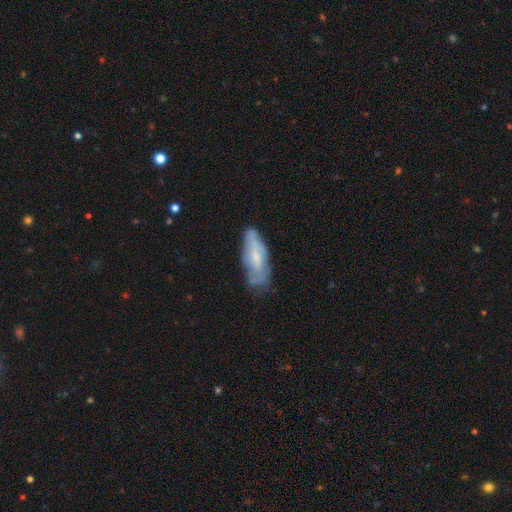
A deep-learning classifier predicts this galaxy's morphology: A smooth galaxy with no disk features (48%).

Vote fractions:
- Smooth or featured? smooth: 48% / featured or disk: 45% / star or artifact: 7%
- Merging? none: 57% / minor disturbance: 31% / major disturbance: 9% / merger: 3%